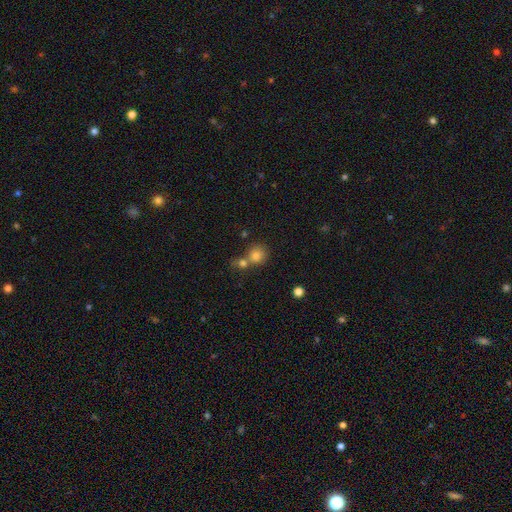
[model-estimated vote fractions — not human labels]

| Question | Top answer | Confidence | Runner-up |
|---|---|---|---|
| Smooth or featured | smooth | 80% | star or artifact (12%) |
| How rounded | round | 86% | in between (13%) |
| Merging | none | 46% | merger (43%) |